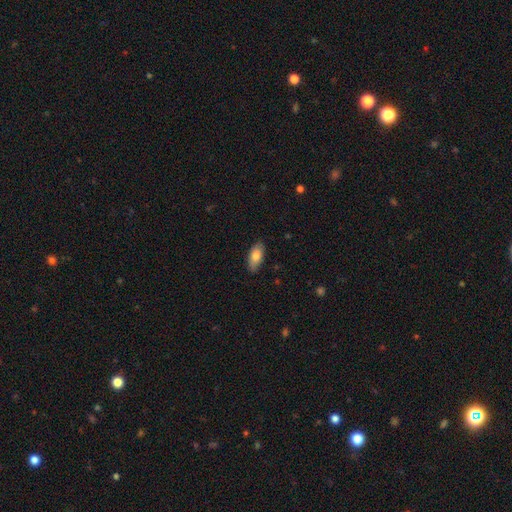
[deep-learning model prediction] Smooth or featured: smooth — 80% (featured or disk — 14%)
How rounded: in between — 88% (cigar-shaped — 9%)
Merging: none — 85% (minor disturbance — 12%)